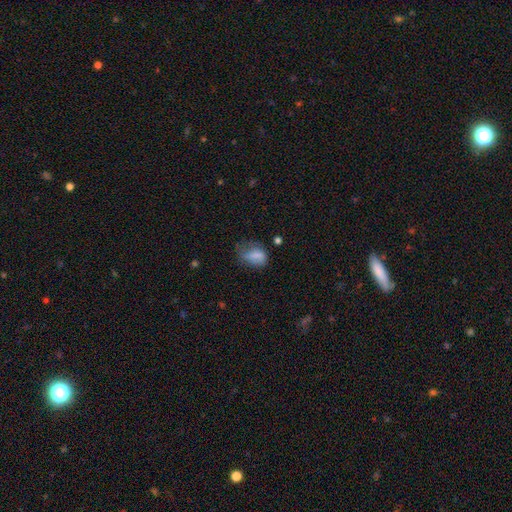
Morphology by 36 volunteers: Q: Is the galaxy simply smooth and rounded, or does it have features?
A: smooth — 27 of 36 (75%).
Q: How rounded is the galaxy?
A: in between — 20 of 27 (74%).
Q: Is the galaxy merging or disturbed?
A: minor disturbance — 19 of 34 (56%).